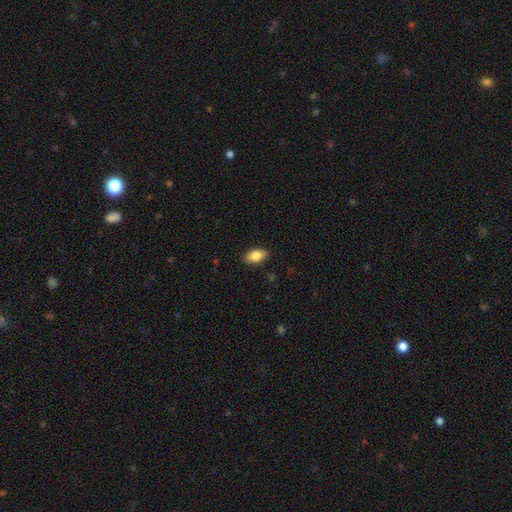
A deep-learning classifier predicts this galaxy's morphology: Smooth or featured: smooth — 82% (featured or disk — 11%)
How rounded: in between — 90% (cigar-shaped — 5%)
Merging: none — 87% (minor disturbance — 10%)